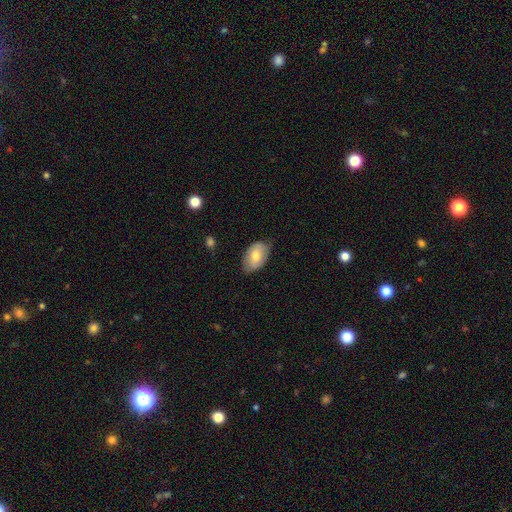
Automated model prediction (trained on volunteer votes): Smooth or featured? Predicted: smooth (p=0.70). How rounded? Predicted: in between (p=0.91). Merging? Predicted: none (p=0.70).